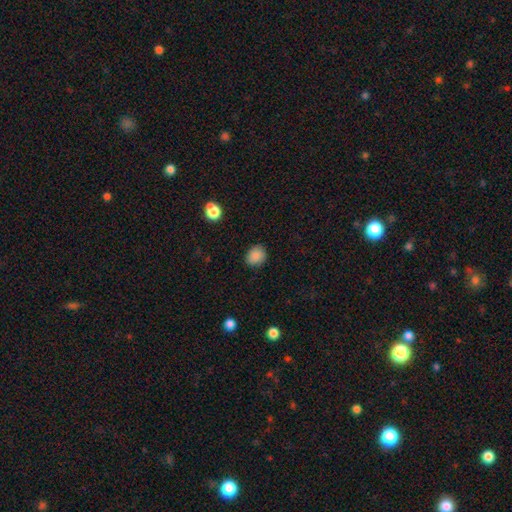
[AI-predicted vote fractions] smooth_or_featured: smooth (p=0.87) [alt: star or artifact p=0.09]
how_rounded: round (p=0.65) [alt: in between p=0.34]
merging: none (p=0.85) [alt: minor disturbance p=0.12]